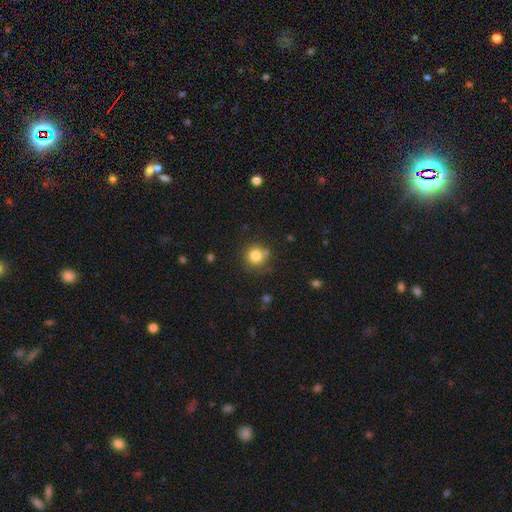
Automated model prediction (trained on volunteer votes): This appears to be a smooth galaxy with no disk features (81%) that is round (93%). Merging: none (76%).